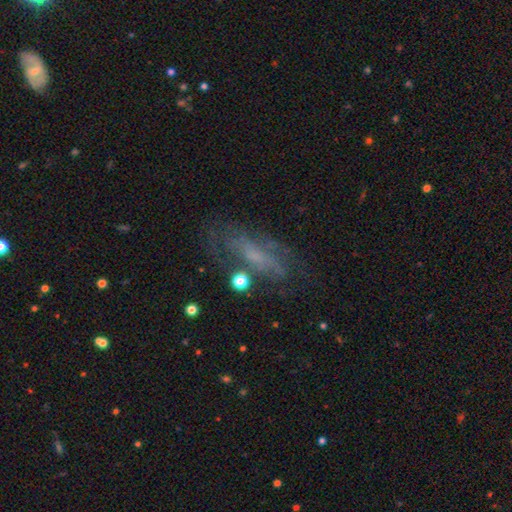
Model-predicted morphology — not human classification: Smooth or featured? Predicted: featured or disk (p=0.53). Edge-on disk? Predicted: no (p=0.83). Merging? Predicted: none (p=0.53).